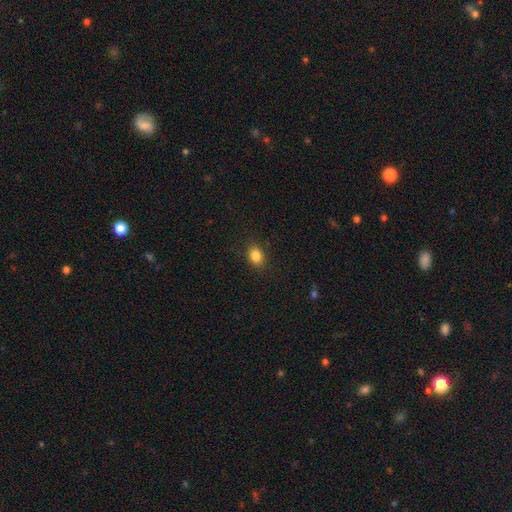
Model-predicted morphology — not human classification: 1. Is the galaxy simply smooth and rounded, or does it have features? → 85% smooth, 10% star or artifact, 5% featured or disk.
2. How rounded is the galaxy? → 58% in between, 40% round, 1% cigar-shaped.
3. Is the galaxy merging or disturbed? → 88% none, 9% minor disturbance, 2% major disturbance, 1% merger.